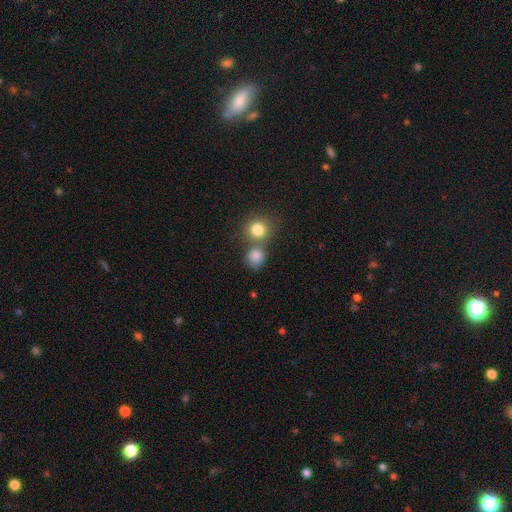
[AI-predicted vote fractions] This is clearly a smooth galaxy (83%). How rounded: likely round (78%). Merging: possibly none (48%).